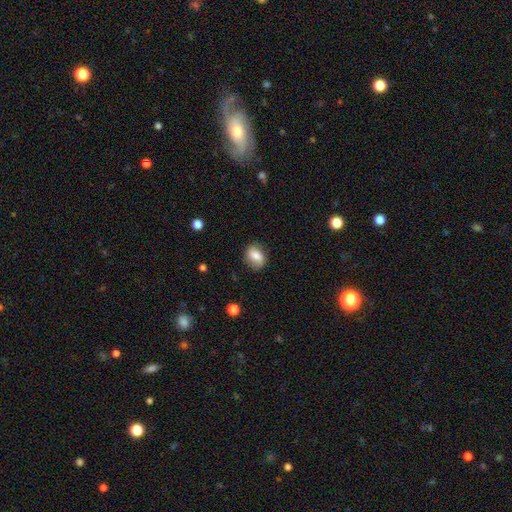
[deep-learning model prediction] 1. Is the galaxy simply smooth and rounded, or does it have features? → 71% smooth, 21% featured or disk, 9% star or artifact.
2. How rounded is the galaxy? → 58% in between, 41% round, 2% cigar-shaped.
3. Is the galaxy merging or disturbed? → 78% none, 16% minor disturbance, 4% major disturbance, 1% merger.